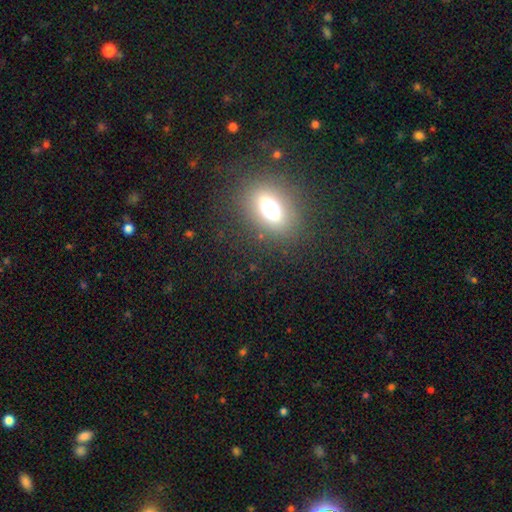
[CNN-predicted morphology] Smooth or featured? smooth (62%)
How rounded? in between (72%)
Merging? none (88%)